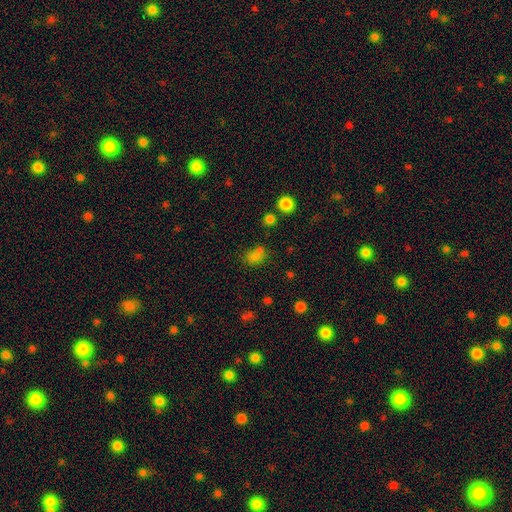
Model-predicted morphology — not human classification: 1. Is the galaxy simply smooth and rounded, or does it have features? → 73% smooth, 20% star or artifact, 7% featured or disk.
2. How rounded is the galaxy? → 67% in between, 31% round, 2% cigar-shaped.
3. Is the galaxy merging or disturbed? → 56% none, 19% minor disturbance, 15% merger, 10% major disturbance.